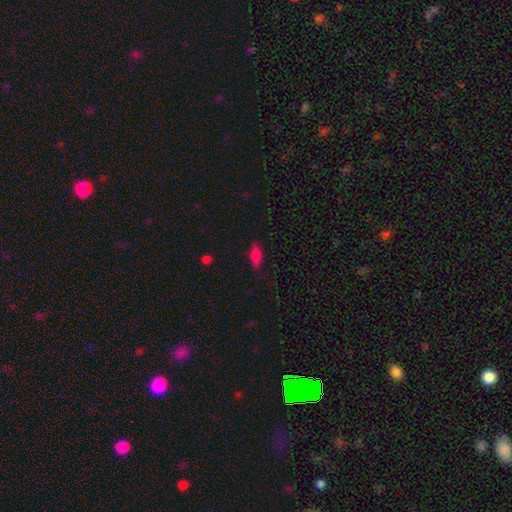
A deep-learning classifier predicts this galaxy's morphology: A smooth galaxy with no disk features (76%) that is in between round and cigar-shaped (75%). Merging: none (84%).